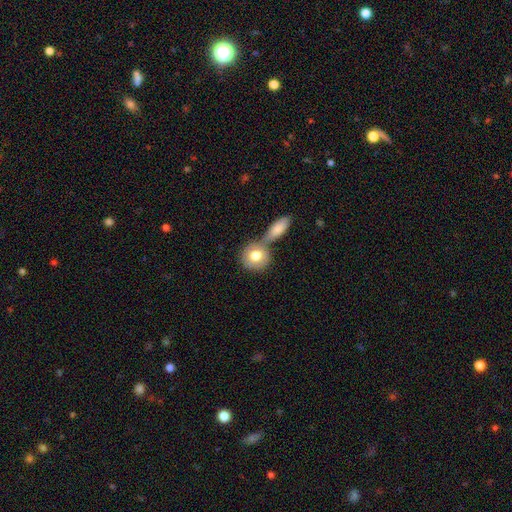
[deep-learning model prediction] Smooth or featured? Predicted: smooth (p=0.77). How rounded? Predicted: round (p=0.80). Merging? Predicted: none (p=0.45).